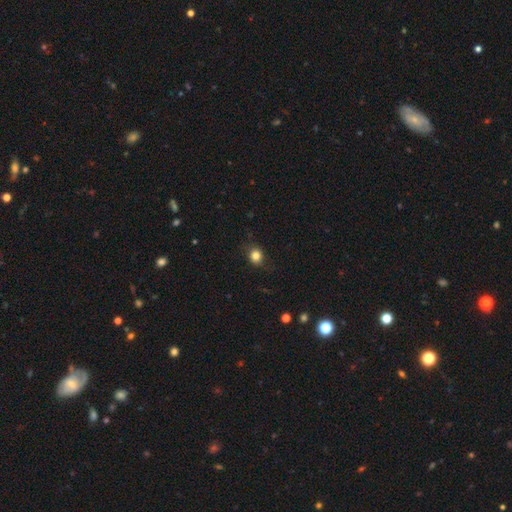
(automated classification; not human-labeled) Smooth or featured? smooth (82%)
How rounded? round (76%)
Merging? none (83%)